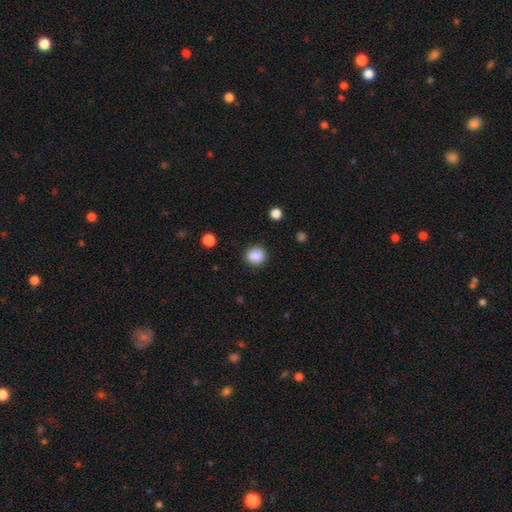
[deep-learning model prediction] The model was most divided on "how rounded": round: 77%, in between: 22%, cigar-shaped: 1%. More confident: smooth or featured — smooth (87%); merging — none (85%).